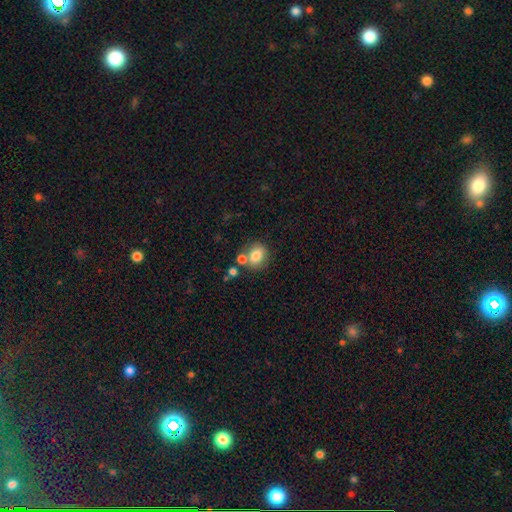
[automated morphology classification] The model was most divided on "how rounded": round: 53%, in between: 46%, cigar-shaped: 1%. More confident: smooth or featured — smooth (79%); merging — none (63%).